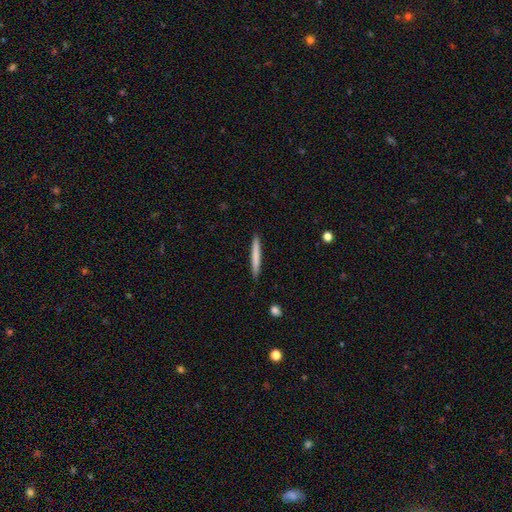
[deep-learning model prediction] Q: Smooth or featured?
A: smooth (72%); runner-up: featured or disk (23%)
Q: How rounded?
A: cigar-shaped (97%); runner-up: in between (2%)
Q: Merging?
A: none (90%); runner-up: minor disturbance (7%)